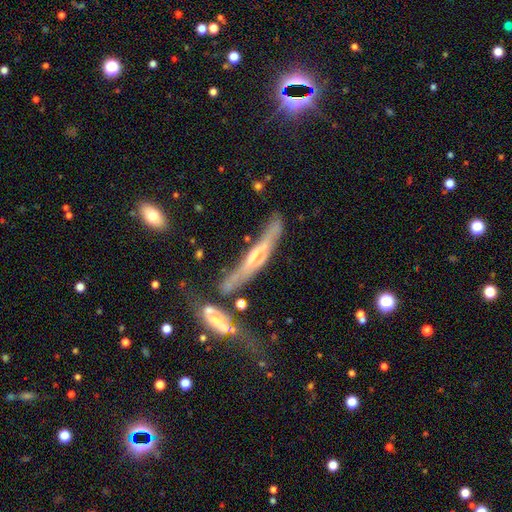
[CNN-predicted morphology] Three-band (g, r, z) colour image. It shows a featured or disk galaxy (69%) viewed edge-on (79%) with no central bulge (41%). Merging: none (44%).